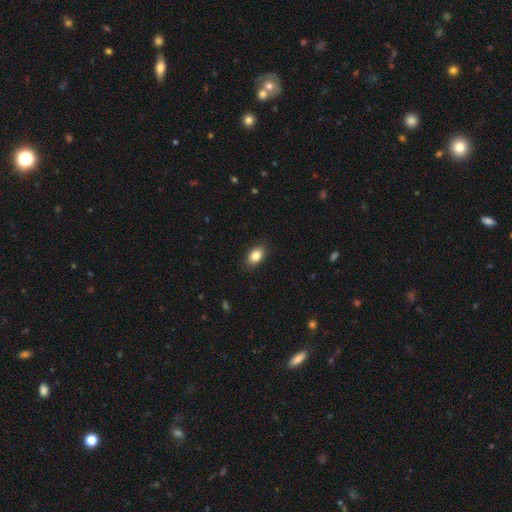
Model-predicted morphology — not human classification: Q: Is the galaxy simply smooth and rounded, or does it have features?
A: smooth — 83%.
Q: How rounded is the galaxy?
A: in between — 86%.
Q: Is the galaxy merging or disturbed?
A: none — 87%.